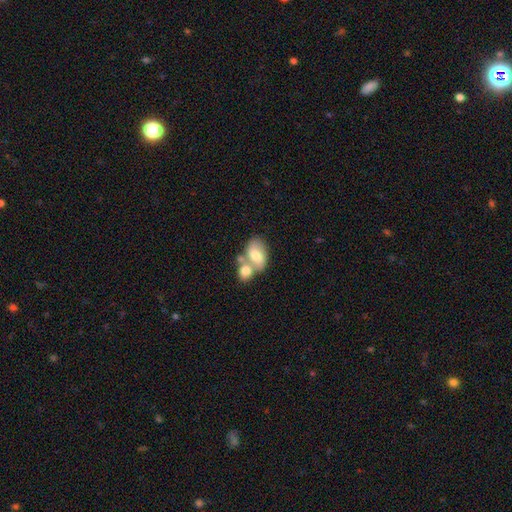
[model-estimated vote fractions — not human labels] Smooth or featured? Predicted: smooth (p=0.67). How rounded? Predicted: in between (p=0.84). Merging? Predicted: merger (p=0.60).